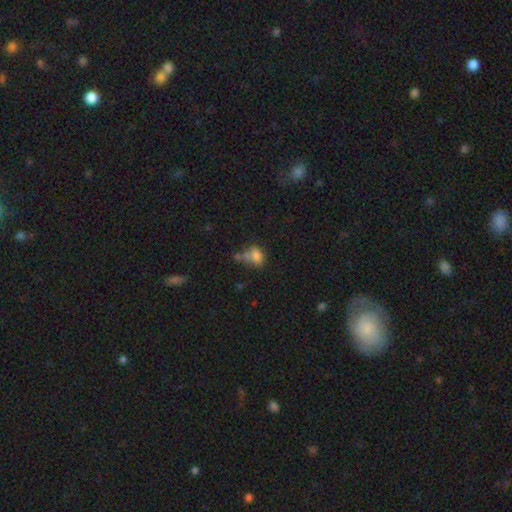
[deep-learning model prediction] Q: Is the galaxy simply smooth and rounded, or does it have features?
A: smooth — 75%.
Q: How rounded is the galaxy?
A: in between — 73%.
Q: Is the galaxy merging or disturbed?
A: merger — 36%.